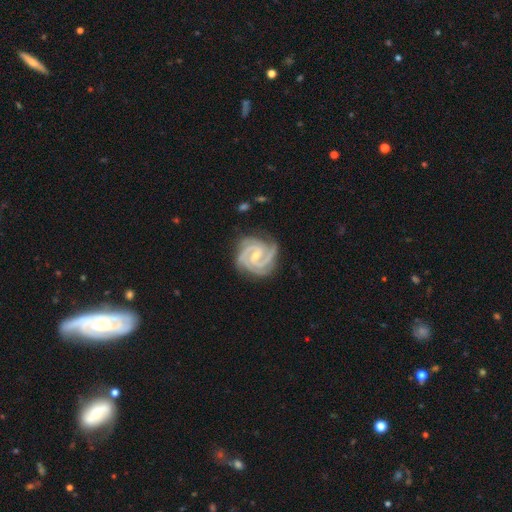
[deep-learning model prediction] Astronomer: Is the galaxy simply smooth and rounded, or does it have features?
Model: featured or disk — 94%.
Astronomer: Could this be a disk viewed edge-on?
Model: no — 98%.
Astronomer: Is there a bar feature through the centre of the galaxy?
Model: weak — 47% (runner-up: no, 31%).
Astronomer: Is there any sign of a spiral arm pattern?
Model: yes — 99%.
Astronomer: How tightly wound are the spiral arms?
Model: tight — 71%.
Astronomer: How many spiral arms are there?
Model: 3 — 54%.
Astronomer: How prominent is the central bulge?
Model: small — 60% (runner-up: moderate, 36%).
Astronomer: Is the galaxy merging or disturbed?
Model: none — 78%.